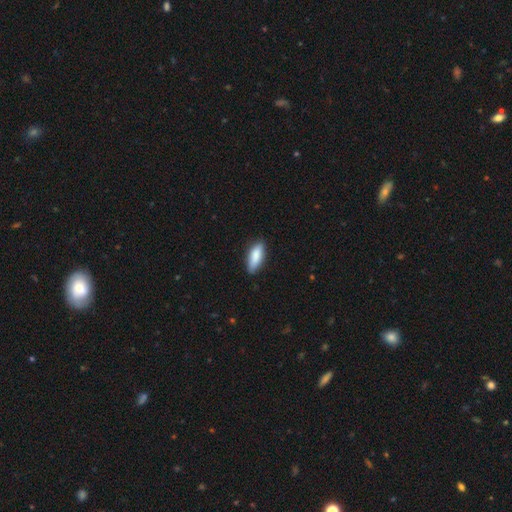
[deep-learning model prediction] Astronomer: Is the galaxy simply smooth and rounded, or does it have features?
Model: smooth — 85%.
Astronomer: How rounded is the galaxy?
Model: in between — 69%.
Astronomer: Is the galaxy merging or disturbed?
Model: none — 84%.